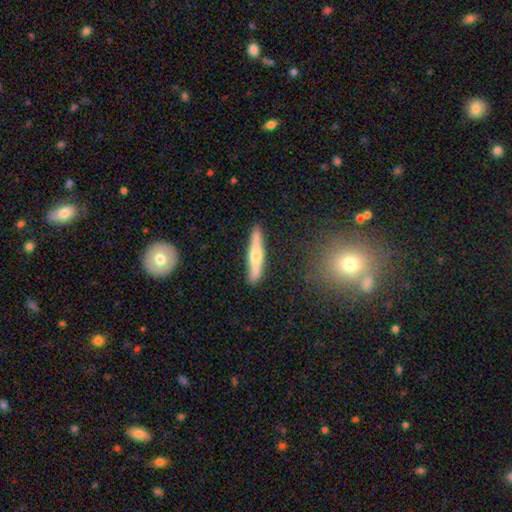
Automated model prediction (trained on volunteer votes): This is possibly a featured or disk galaxy (56%). It is clearly viewed edge-on (94%). Edge-on bulge: clearly rounded (88%). Merging: clearly none (89%).